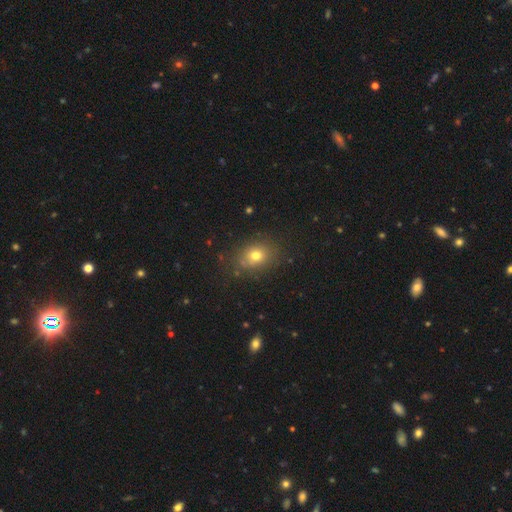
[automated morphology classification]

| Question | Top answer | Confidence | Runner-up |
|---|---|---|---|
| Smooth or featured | smooth | 73% | star or artifact (15%) |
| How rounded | round | 52% | in between (47%) |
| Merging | none | 79% | minor disturbance (13%) |